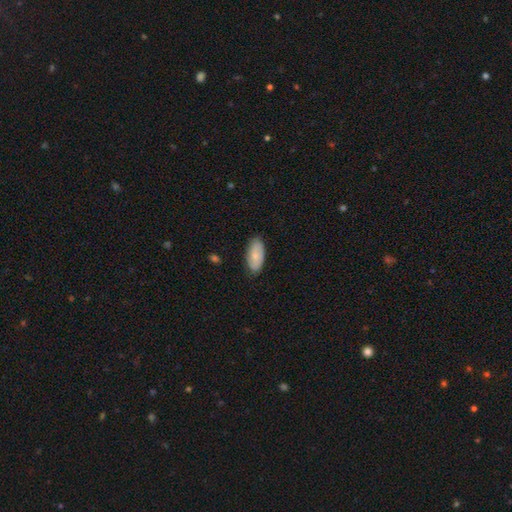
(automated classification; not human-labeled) Overall: smooth (75%). How rounded: in between (93%). Merging: none (81%).